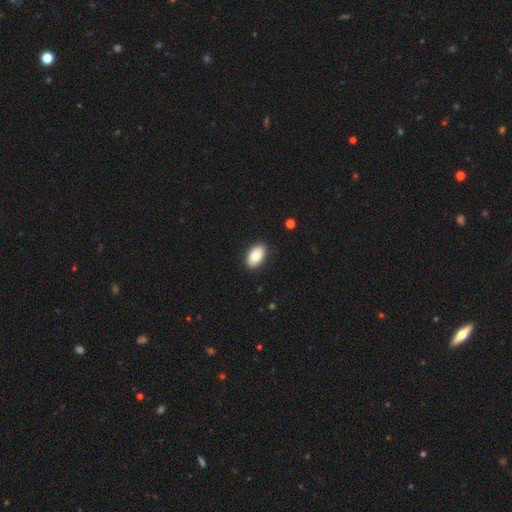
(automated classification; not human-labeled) smooth 84%, featured or disk 9%, star or artifact 7%. Down the decision tree: how rounded — in between (93%); merging — none (88%).